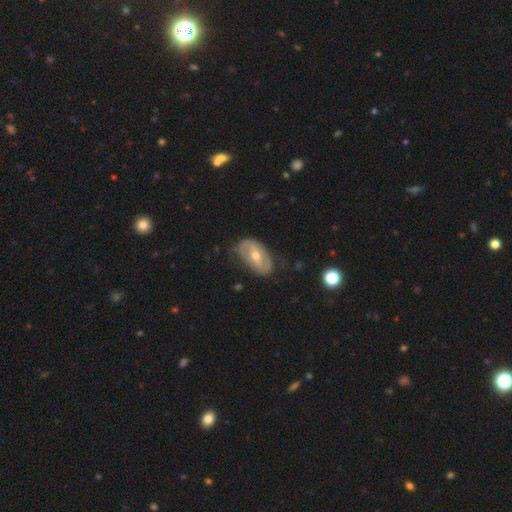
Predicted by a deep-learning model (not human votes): Overall: featured or disk (68%). Edge-on disk: no (92%). Bar: strong (39%; weak 36%). Spiral arms: yes (55%; no 45%). Bulge size: moderate (63%; small 34%). Merging: none (69%).